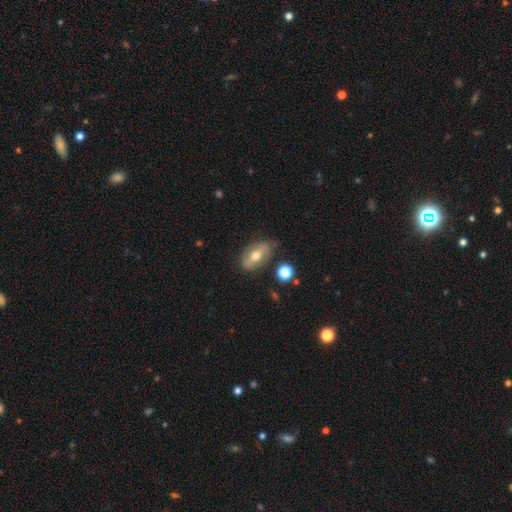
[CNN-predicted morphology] Smooth or featured? Predicted: smooth (p=0.50). How rounded? Predicted: in between (p=0.85). Merging? Predicted: none (p=0.66).